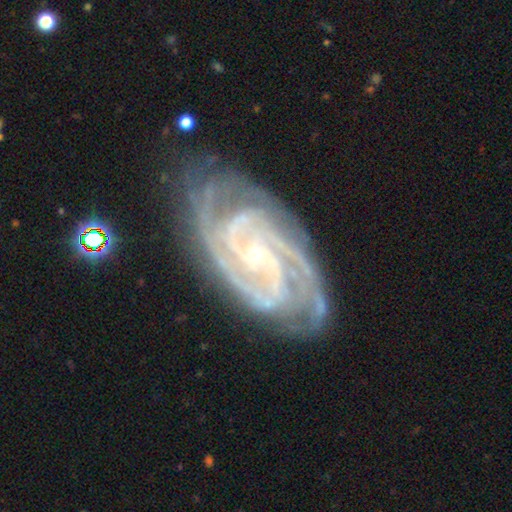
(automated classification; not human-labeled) The model was most divided on "spiral arm count": 3: 29%, 4: 22%, 2: 22%, can't tell: 11%, more than 4: 9%, 1: 7%. More confident: spiral arms — yes (99%); edge-on disk — no (97%); smooth or featured — featured or disk (93%); bulge size — small (83%); merging — none (77%); spiral winding — tight (68%); bar — no (50%).